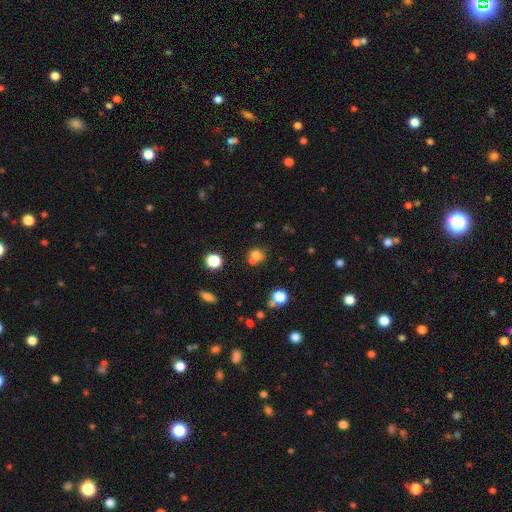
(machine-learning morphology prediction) smooth-or-featured: smooth: 74% | star or artifact: 15% | featured or disk: 11%
  how-rounded: round: 78% | in between: 21% | cigar-shaped: 1%
  merging: none: 47% | merger: 37% | minor disturbance: 11% | major disturbance: 5%